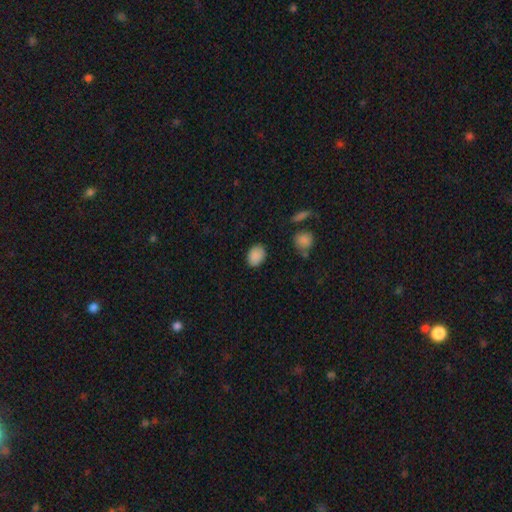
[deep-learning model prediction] A smooth galaxy with no disk features (88%) that is in between round and cigar-shaped (73%).

Vote fractions:
- Smooth or featured? smooth: 88% / star or artifact: 9% / featured or disk: 3%
- How rounded? in between: 73% / round: 26% / cigar-shaped: 1%
- Merging? none: 85% / minor disturbance: 11% / major disturbance: 3% / merger: 2%